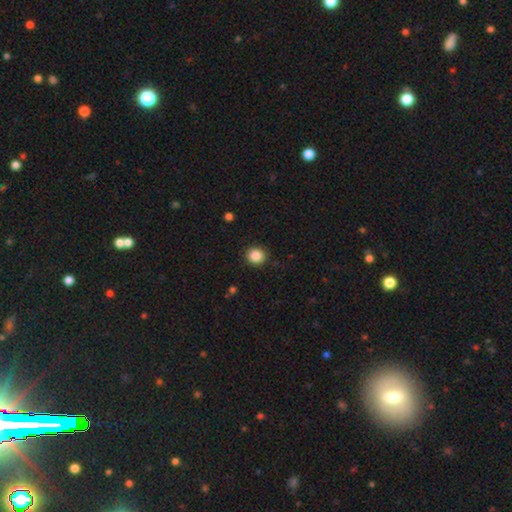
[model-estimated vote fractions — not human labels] Smooth or featured? smooth (86%)
How rounded? round (90%)
Merging? none (91%)